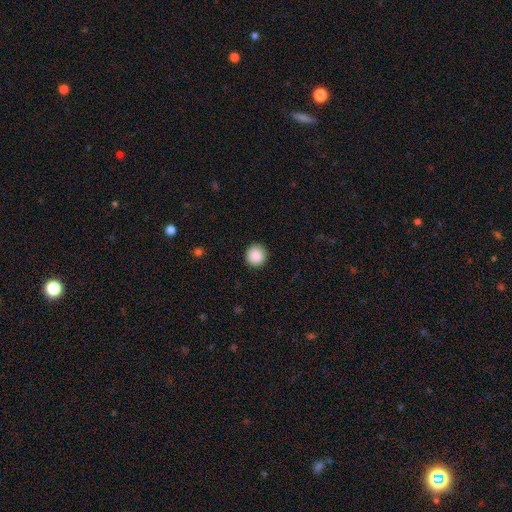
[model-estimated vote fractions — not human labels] smooth_or_featured: smooth (p=0.89) [alt: star or artifact p=0.08]
how_rounded: round (p=0.94) [alt: in between p=0.05]
merging: none (p=0.91) [alt: minor disturbance p=0.06]